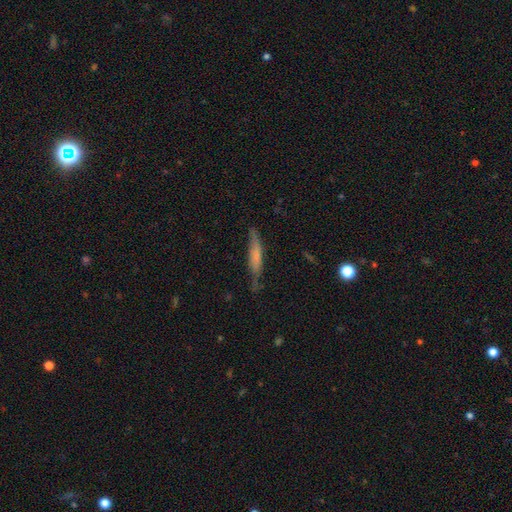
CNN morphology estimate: Overall: smooth (56%; featured or disk 37%). How rounded: cigar-shaped (89%). Merging: none (66%).